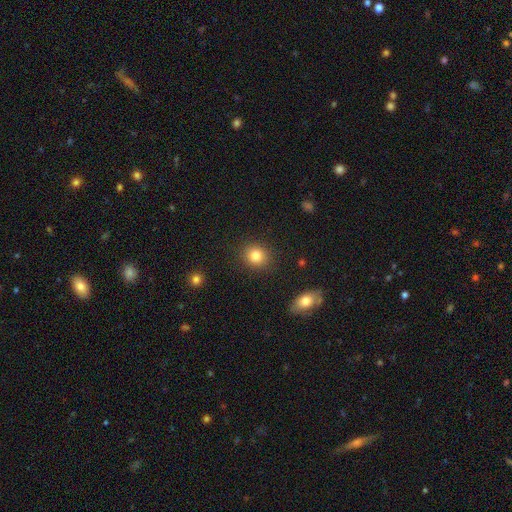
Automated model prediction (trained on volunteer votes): Q: Smooth or featured?
A: smooth (84%); runner-up: star or artifact (10%)
Q: How rounded?
A: round (80%); runner-up: in between (19%)
Q: Merging?
A: none (89%); runner-up: minor disturbance (7%)